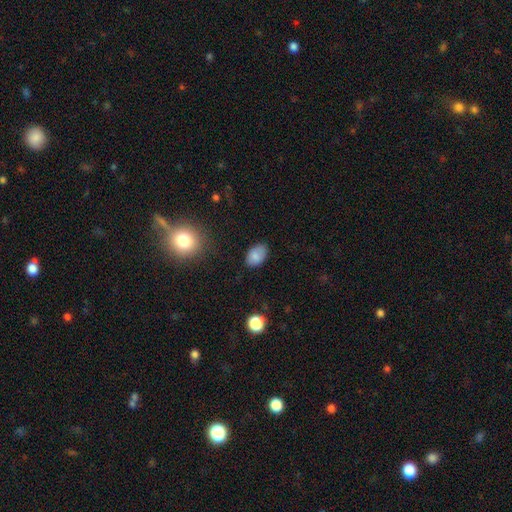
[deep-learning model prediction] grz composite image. It shows a smooth galaxy with no disk features (83%) that is in between round and cigar-shaped (87%). Merging: none (79%).